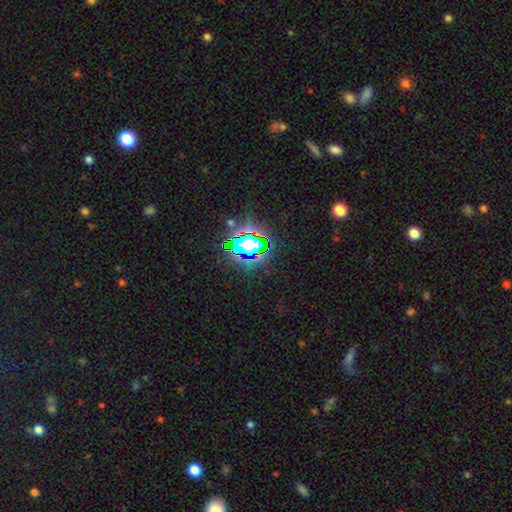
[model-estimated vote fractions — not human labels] Smooth or featured? star or artifact (79%)